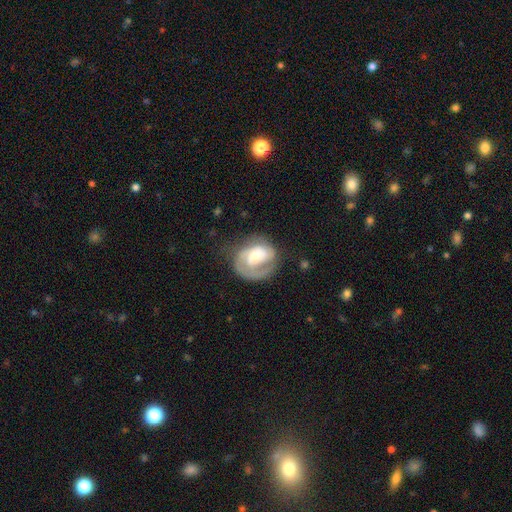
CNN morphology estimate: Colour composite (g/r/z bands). It shows a featured or disk galaxy (72%) with no bar (61%), 1 (55%) tight (51%) spiral arms (85%) and a moderate central bulge (47%). Merging: none (54%).